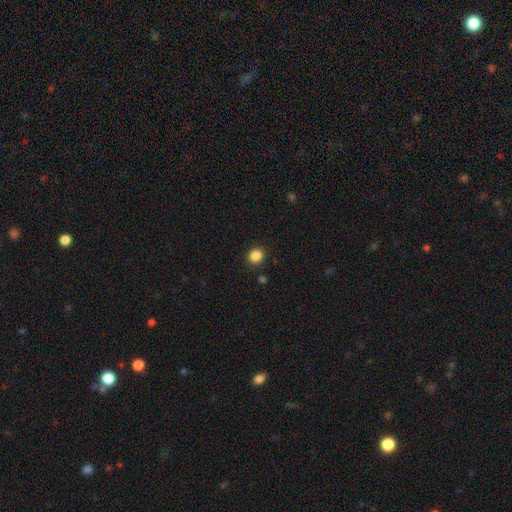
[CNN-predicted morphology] Smooth or featured? Predicted: smooth (p=0.86). How rounded? Predicted: round (p=0.83). Merging? Predicted: none (p=0.90).